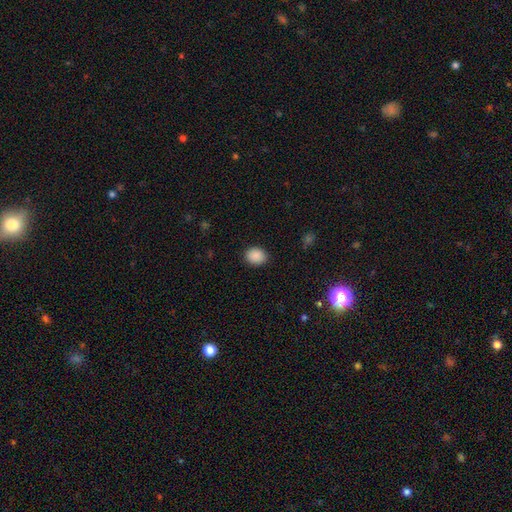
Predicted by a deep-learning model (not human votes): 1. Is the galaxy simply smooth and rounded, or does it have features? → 89% smooth, 8% star or artifact, 2% featured or disk.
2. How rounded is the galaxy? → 56% round, 43% in between, 1% cigar-shaped.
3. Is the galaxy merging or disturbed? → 89% none, 8% minor disturbance, 2% major disturbance, 1% merger.